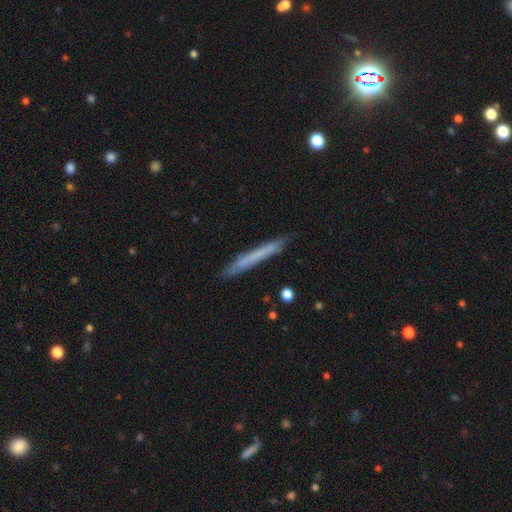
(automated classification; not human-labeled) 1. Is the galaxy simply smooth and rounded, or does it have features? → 59% smooth, 34% featured or disk, 7% star or artifact.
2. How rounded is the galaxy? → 97% cigar-shaped, 2% in between, 1% round.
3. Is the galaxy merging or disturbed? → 86% none, 11% minor disturbance, 2% major disturbance, 2% merger.